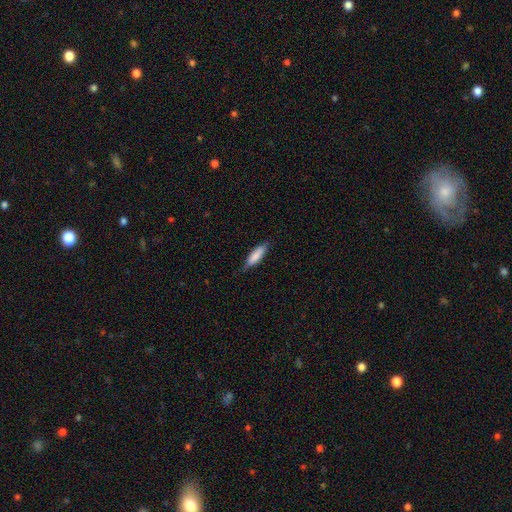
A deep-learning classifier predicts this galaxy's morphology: A smooth galaxy with no disk features (81%) that is cigar-shaped (58%). Merging: none (71%).